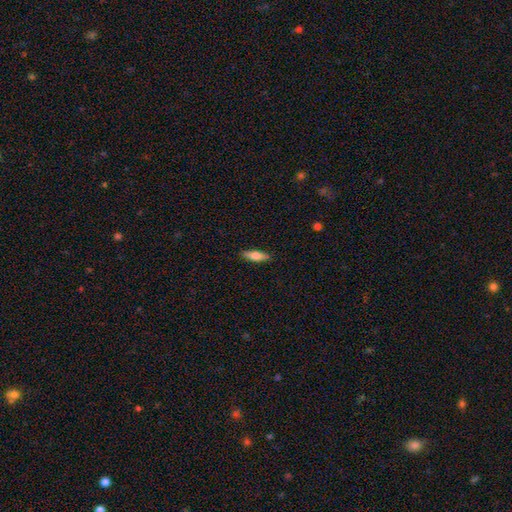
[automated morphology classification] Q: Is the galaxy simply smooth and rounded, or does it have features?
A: smooth — 72%.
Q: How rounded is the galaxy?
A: in between — 50%.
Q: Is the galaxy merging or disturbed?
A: none — 88%.